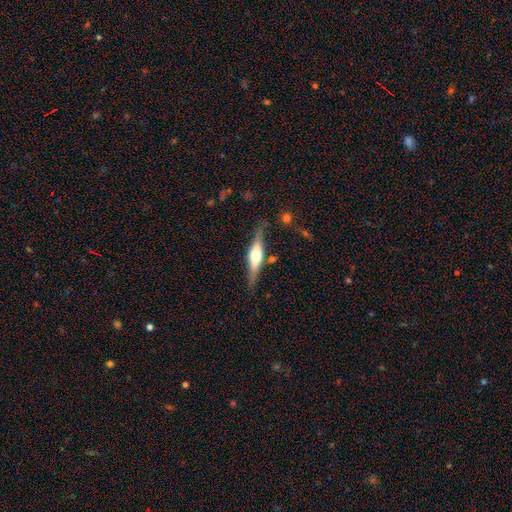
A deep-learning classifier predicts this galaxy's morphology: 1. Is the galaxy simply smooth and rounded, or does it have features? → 66% featured or disk, 28% smooth, 6% star or artifact.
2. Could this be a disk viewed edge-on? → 94% yes, 6% no.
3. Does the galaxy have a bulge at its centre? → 86% rounded, 11% boxy, 3% none.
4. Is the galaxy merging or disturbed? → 77% none, 15% minor disturbance, 4% major disturbance, 4% merger.